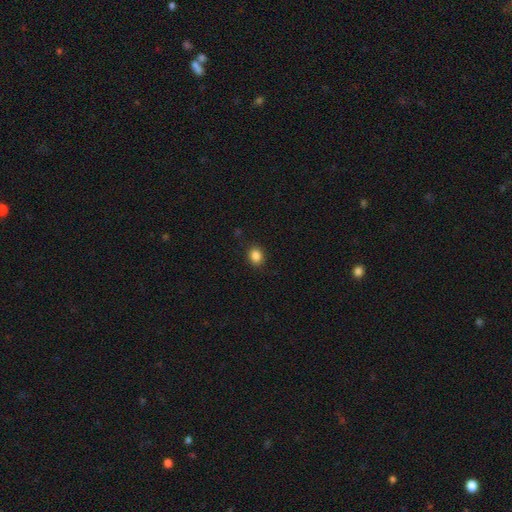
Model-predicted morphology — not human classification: This is clearly a smooth galaxy (86%). How rounded: possibly round (53%). Merging: clearly none (89%).